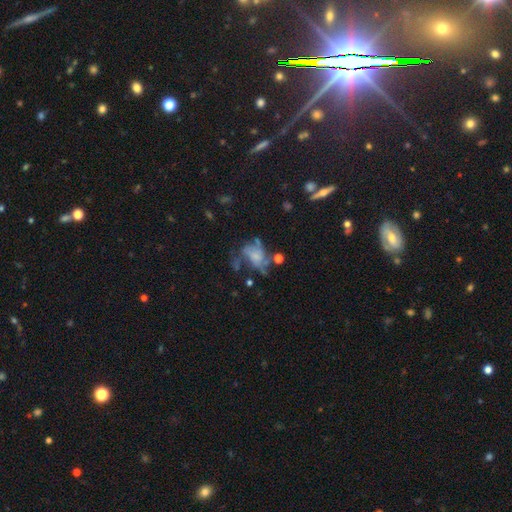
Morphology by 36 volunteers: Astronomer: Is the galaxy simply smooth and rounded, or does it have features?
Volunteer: featured or disk — 81%.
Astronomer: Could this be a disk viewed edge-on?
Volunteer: no — 97%.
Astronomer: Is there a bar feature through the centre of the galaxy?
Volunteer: no — 82%.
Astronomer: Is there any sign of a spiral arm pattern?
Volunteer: yes — 54% (runner-up: no, 46%).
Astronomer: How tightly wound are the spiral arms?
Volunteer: medium — 53%.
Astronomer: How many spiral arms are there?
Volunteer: can't tell — 67%.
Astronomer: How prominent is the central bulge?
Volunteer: none — 39% (runner-up: small, 32%).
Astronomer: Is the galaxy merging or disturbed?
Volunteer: major disturbance — 43% (runner-up: minor disturbance, 29%).